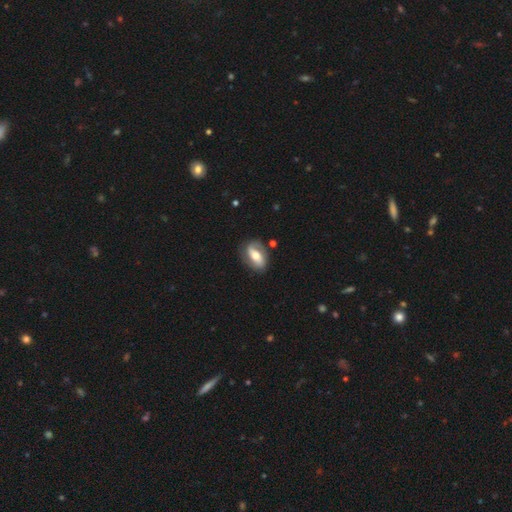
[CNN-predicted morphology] type=featured or disk (66%); edge-on=no (93%); bar=strong (38%); spiral arms=yes (81%); bulge=moderate (70%); merging=none (73%).